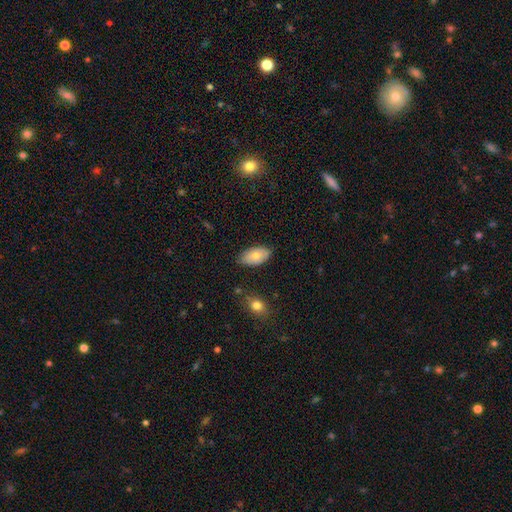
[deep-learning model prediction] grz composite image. It shows a smooth galaxy with no disk features (79%) that is in between round and cigar-shaped (94%). Merging: none (80%).